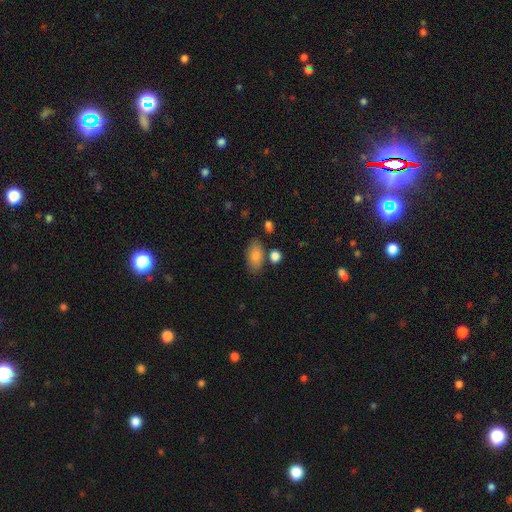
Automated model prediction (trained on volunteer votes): Morphology: type=smooth (85%); roundness=in between (92%); merging=none (73%).